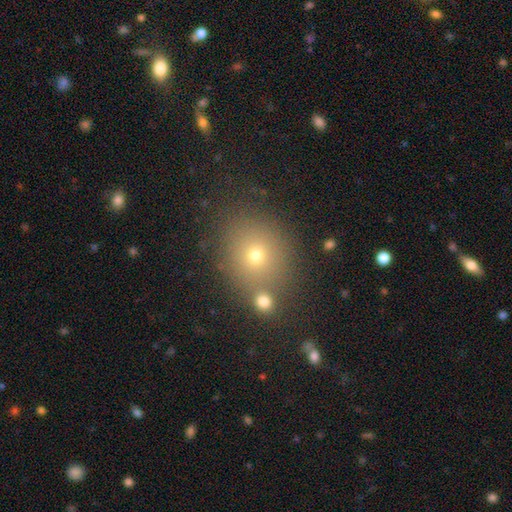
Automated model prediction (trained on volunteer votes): This appears to be a smooth galaxy with no disk features (64%) that is round (76%). Merging: none (73%).